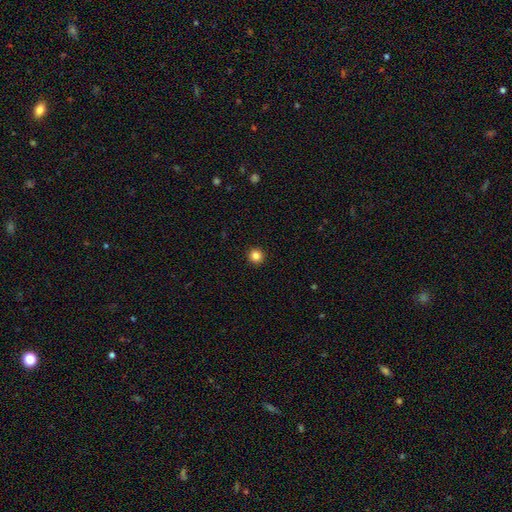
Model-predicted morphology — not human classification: This appears to be a smooth galaxy with no disk features (85%) that is round (95%). Merging: none (94%).